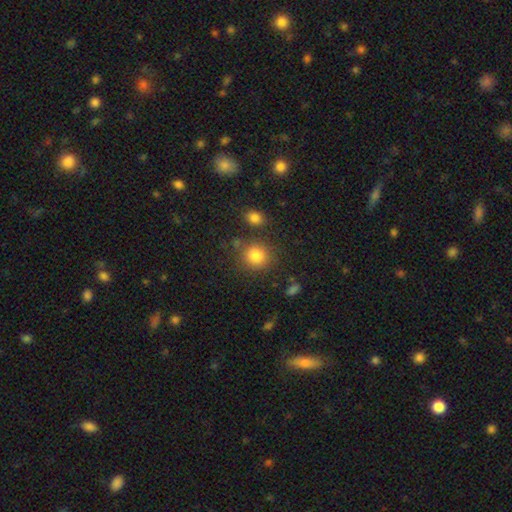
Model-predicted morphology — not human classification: type=smooth (83%); roundness=round (84%); merging=none (77%).